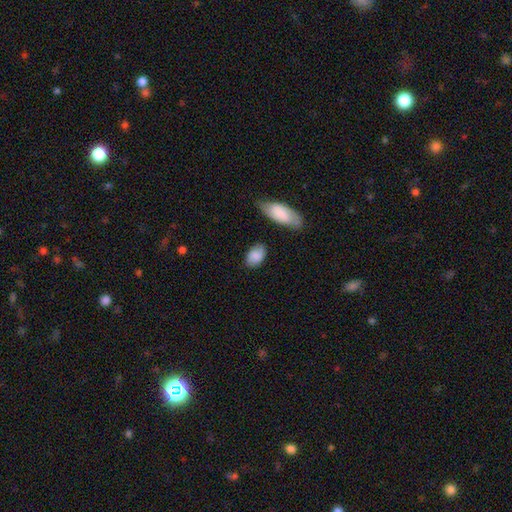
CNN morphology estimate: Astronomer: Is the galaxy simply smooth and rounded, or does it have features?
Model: smooth — 82%.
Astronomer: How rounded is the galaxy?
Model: in between — 90%.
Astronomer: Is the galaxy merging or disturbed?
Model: none — 72%.